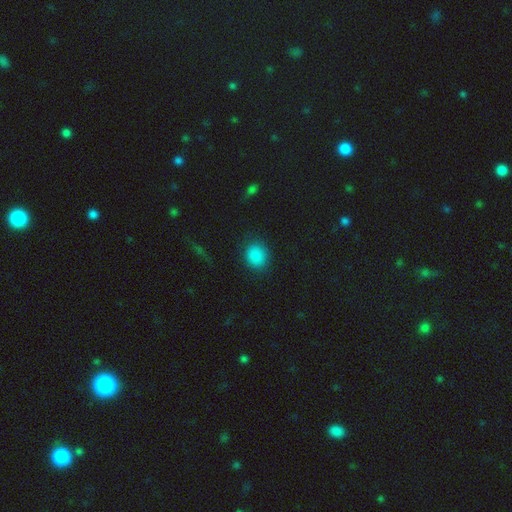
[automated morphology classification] A smooth galaxy with no disk features (87%) that is round (74%). Merging: none (87%).